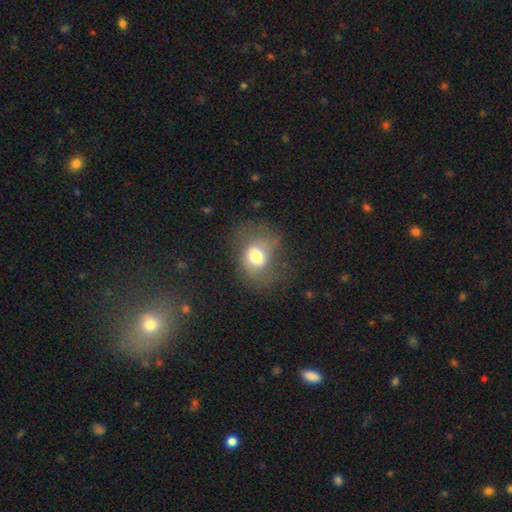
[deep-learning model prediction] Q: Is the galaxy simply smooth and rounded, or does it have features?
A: smooth — 65%.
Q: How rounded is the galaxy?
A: in between — 59%.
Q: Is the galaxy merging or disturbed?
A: none — 51%.